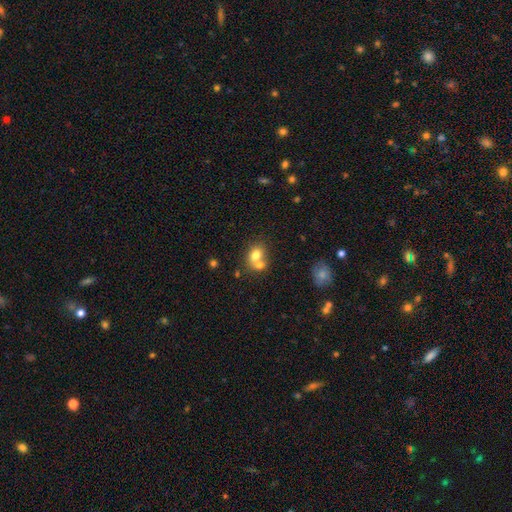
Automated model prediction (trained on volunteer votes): Overall: smooth (75%). How rounded: in between (50%; round 49%). Merging: merger (57%; none 32%).